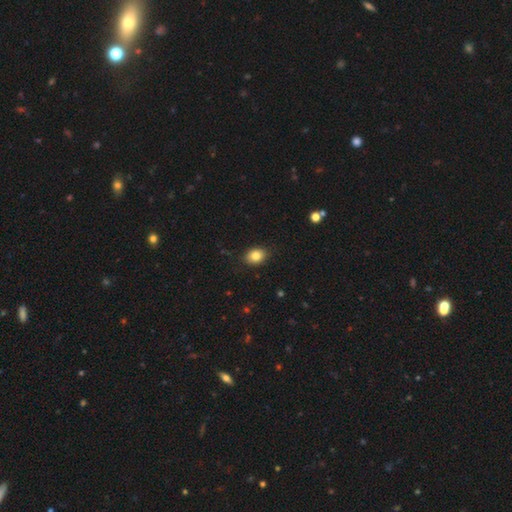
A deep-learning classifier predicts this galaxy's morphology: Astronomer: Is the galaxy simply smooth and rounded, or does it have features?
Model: smooth — 84%.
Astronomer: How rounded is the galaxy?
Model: in between — 66%.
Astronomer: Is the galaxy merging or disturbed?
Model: none — 85%.